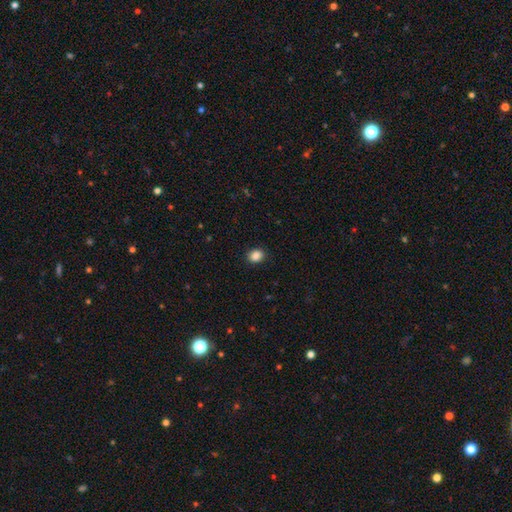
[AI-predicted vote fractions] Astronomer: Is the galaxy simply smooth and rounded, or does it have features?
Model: smooth — 87%.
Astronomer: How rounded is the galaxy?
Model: round — 52% (runner-up: in between, 47%).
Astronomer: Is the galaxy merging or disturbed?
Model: none — 90%.